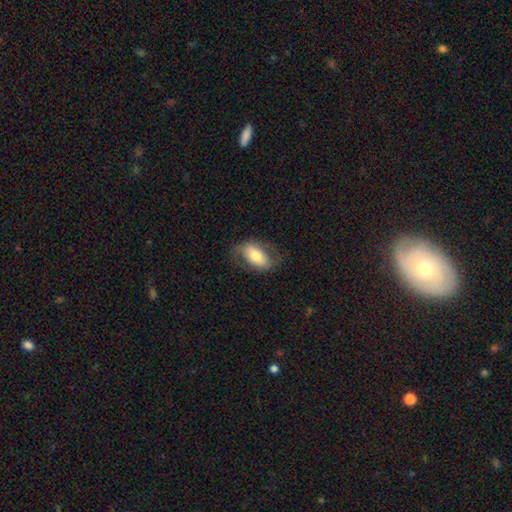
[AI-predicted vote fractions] Smooth or featured? Predicted: smooth (p=0.57). How rounded? Predicted: in between (p=0.90). Merging? Predicted: none (p=0.71).